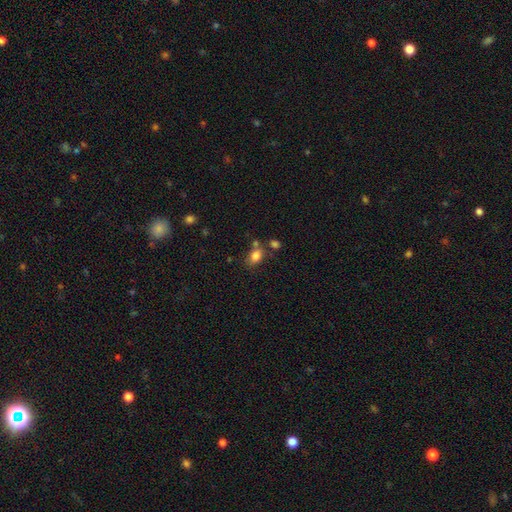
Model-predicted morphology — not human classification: Smooth or featured? Predicted: smooth (p=0.81). How rounded? Predicted: in between (p=0.72). Merging? Predicted: none (p=0.59).